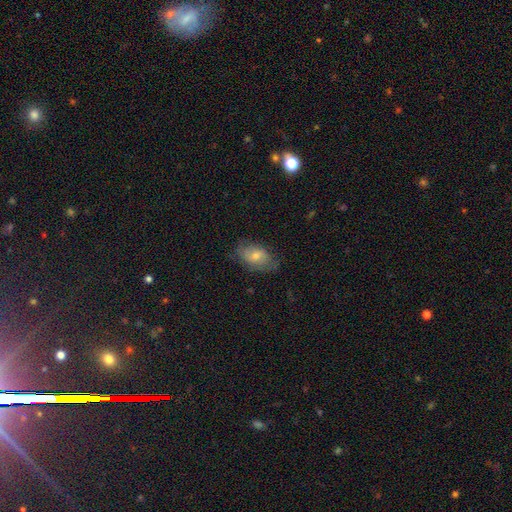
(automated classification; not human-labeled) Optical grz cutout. It shows a smooth galaxy with no disk features (63%) that is in between round and cigar-shaped (89%). Merging: none (69%).